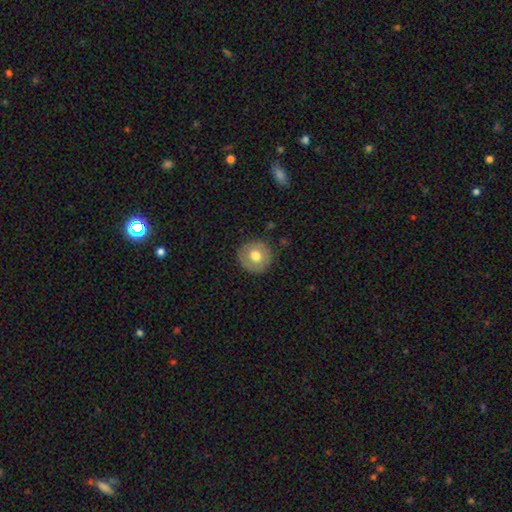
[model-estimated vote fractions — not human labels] The model was most divided on "smooth or featured": smooth: 66%, featured or disk: 26%, star or artifact: 7%. More confident: how rounded — round (93%); merging — none (87%).